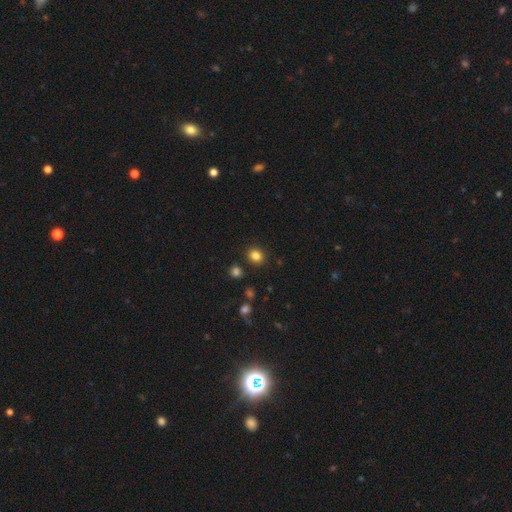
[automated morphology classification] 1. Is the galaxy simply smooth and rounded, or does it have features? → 83% smooth, 12% star or artifact, 5% featured or disk.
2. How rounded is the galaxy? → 75% round, 24% in between, 1% cigar-shaped.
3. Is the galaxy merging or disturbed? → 87% none, 7% minor disturbance, 3% merger, 2% major disturbance.